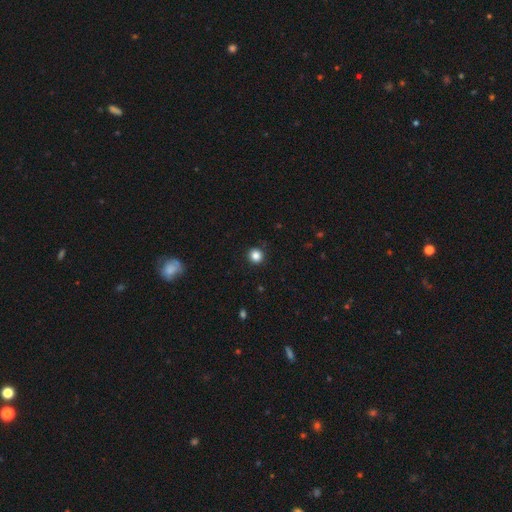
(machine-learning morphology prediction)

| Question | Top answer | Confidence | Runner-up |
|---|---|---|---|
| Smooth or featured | smooth | 85% | star or artifact (11%) |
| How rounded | round | 94% | in between (5%) |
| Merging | none | 92% | minor disturbance (6%) |